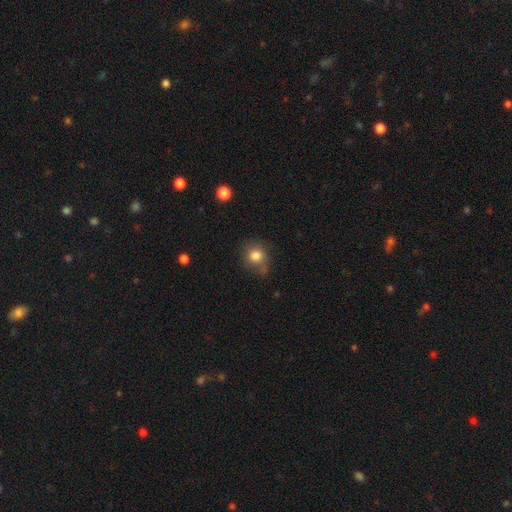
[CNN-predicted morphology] The model was most divided on "merging": none: 62%, minor disturbance: 24%, major disturbance: 9%, merger: 4%. More confident: smooth or featured — smooth (80%); how rounded — round (79%).